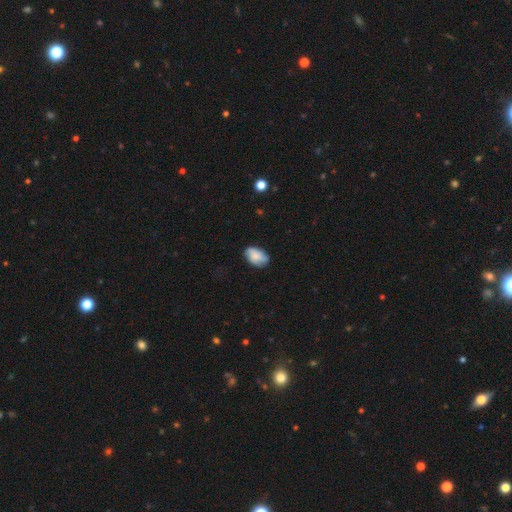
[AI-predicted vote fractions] smooth-or-featured: smooth: 67% | featured or disk: 25% | star or artifact: 8%
  how-rounded: in between: 88% | round: 10% | cigar-shaped: 2%
  merging: none: 70% | minor disturbance: 23% | major disturbance: 5% | merger: 1%